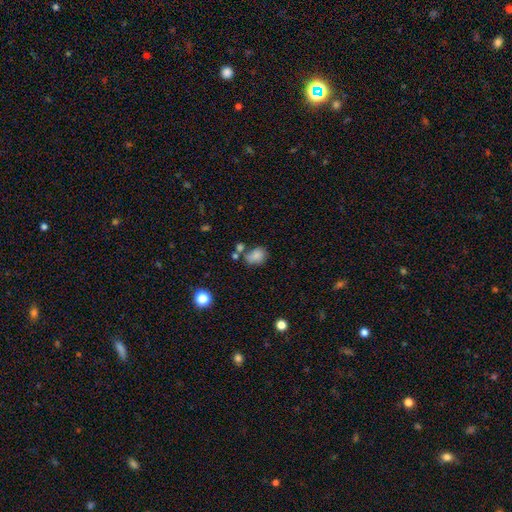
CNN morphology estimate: type=smooth (81%); roundness=in between (66%); merging=none (51%).